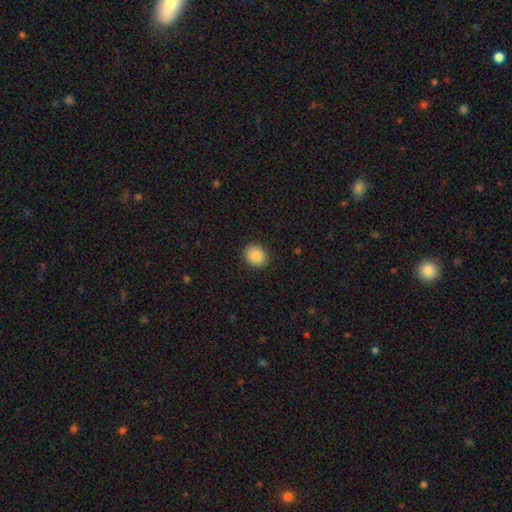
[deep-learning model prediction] Overall: smooth (85%). How rounded: round (75%). Merging: none (89%).